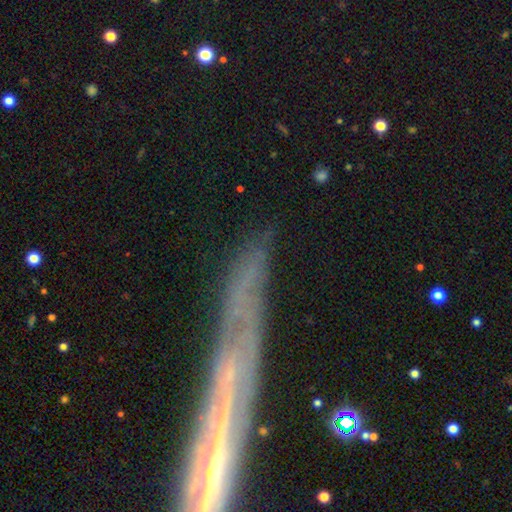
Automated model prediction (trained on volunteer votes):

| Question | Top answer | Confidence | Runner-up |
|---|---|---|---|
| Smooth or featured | featured or disk | 48% | smooth (32%) |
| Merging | none | 68% | minor disturbance (17%) |